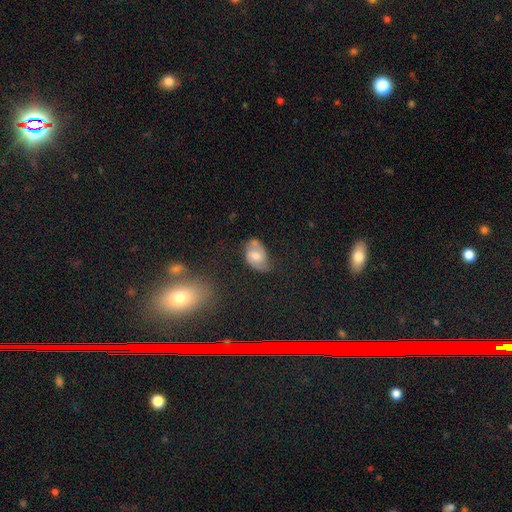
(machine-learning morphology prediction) This is possibly a smooth galaxy (45%, tied with featured or disk). Merging: possibly none (49%).